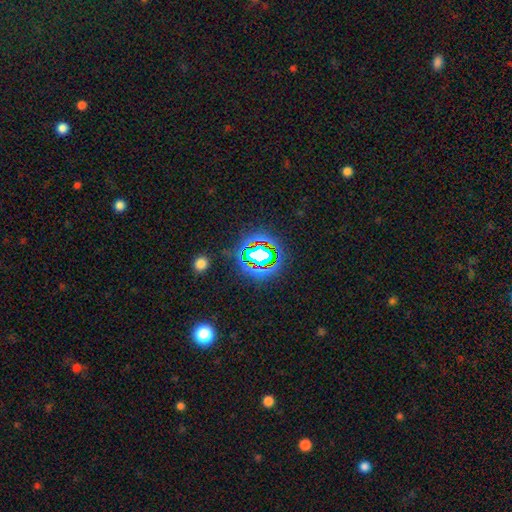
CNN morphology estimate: This appears to be a star or artifact, not a galaxy (76%).